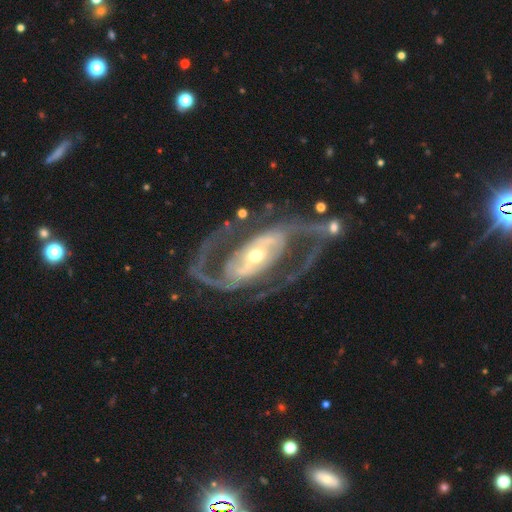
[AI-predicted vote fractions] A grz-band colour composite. It shows a featured or disk galaxy (90%) with a strong bar (42%), 2 (88%) medium (49%) spiral arms (92%) and a moderate central bulge (54%). Merging: none (64%).